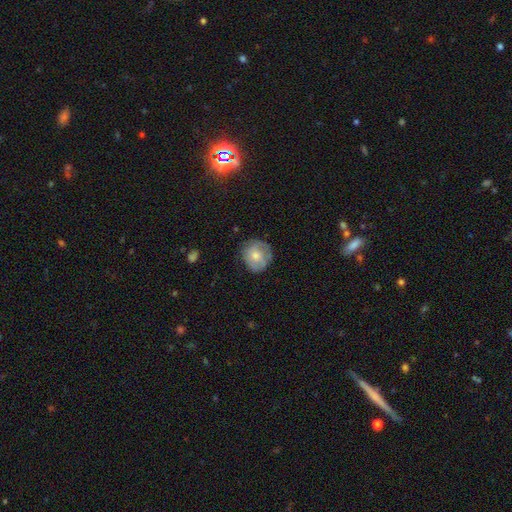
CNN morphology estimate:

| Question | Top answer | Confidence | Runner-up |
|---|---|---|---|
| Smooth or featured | smooth | 65% | featured or disk (28%) |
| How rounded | round | 86% | in between (13%) |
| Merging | none | 69% | minor disturbance (23%) |